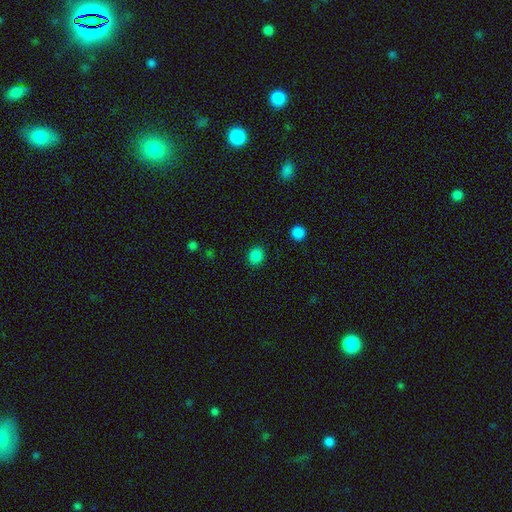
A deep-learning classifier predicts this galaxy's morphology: Smooth or featured? smooth (85%)
How rounded? round (70%)
Merging? none (89%)